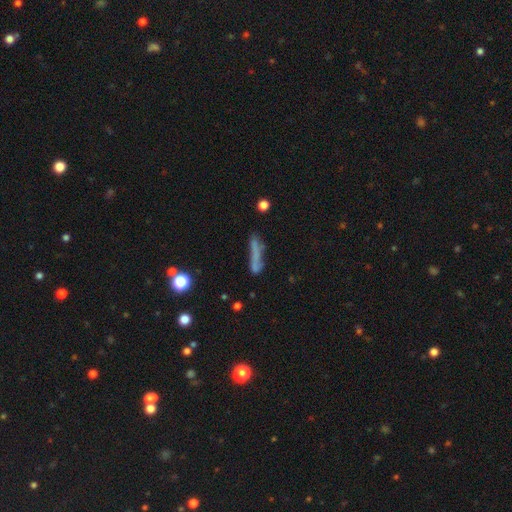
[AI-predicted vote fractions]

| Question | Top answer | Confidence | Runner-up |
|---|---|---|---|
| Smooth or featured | smooth | 61% | featured or disk (27%) |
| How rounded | cigar-shaped | 84% | in between (13%) |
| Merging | none | 55% | minor disturbance (23%) |